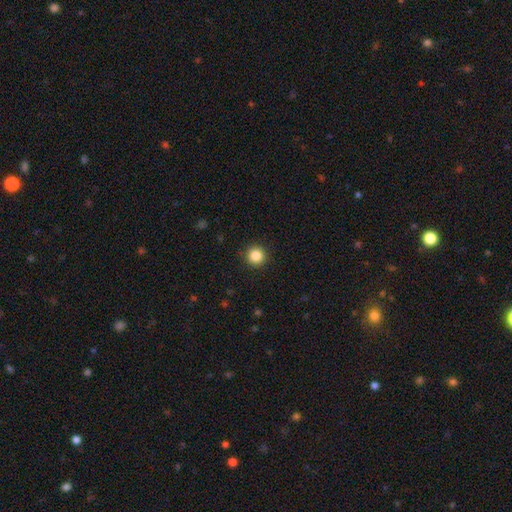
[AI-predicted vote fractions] This appears to be a smooth galaxy with no disk features (85%) that is round (96%). Merging: none (92%).